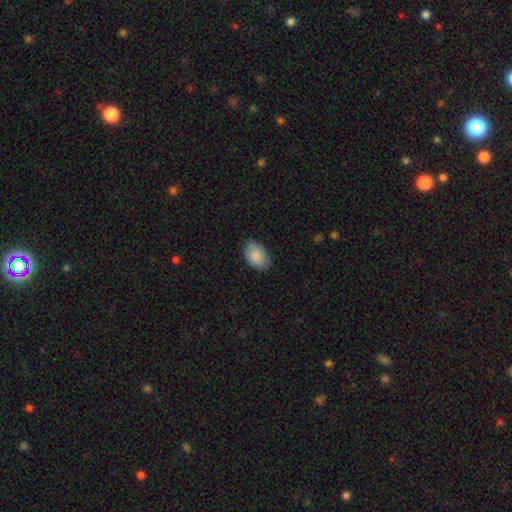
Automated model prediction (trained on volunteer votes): Smooth or featured? smooth (86%)
How rounded? in between (90%)
Merging? none (80%)